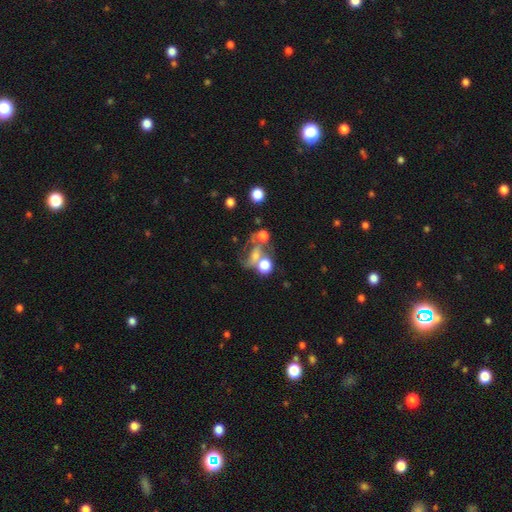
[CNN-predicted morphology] This appears to be a smooth galaxy with no disk features (42%). Merging: merger (35%).